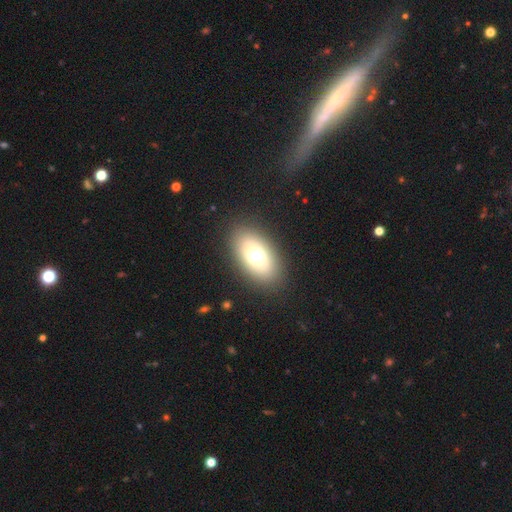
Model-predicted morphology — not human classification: Overall: smooth (64%). How rounded: in between (85%). Merging: none (86%).